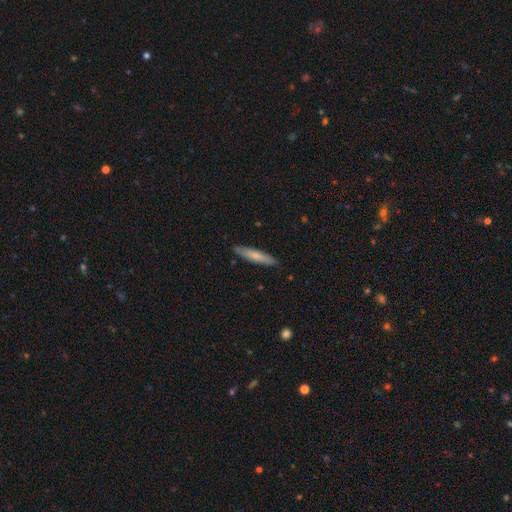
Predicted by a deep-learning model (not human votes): Smooth or featured? smooth (70%)
How rounded? cigar-shaped (88%)
Merging? none (88%)